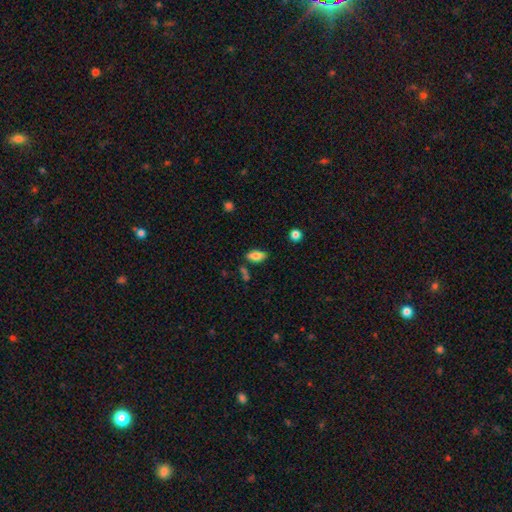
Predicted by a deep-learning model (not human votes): This appears to be a smooth galaxy with no disk features (80%) that is in between round and cigar-shaped (86%). Merging: none (80%).